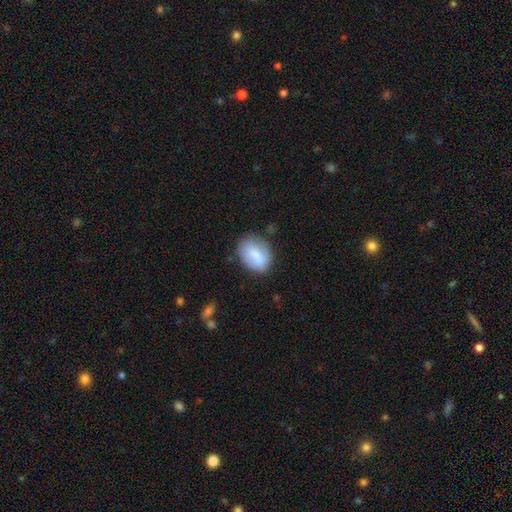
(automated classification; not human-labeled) This appears to be a smooth galaxy with no disk features (78%) that is in between round and cigar-shaped (74%). Merging: none (72%).